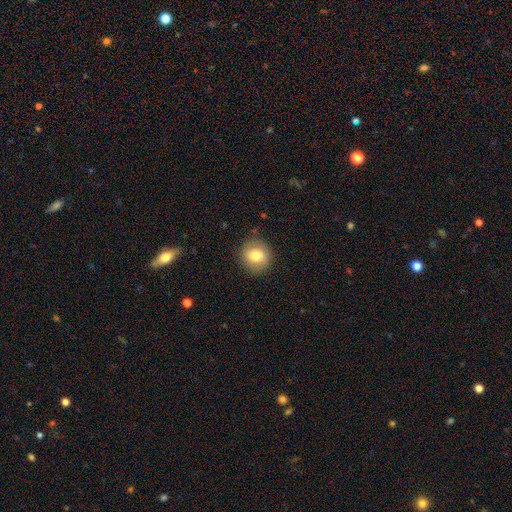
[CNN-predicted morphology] Smooth or featured? smooth (74%)
How rounded? round (86%)
Merging? none (85%)